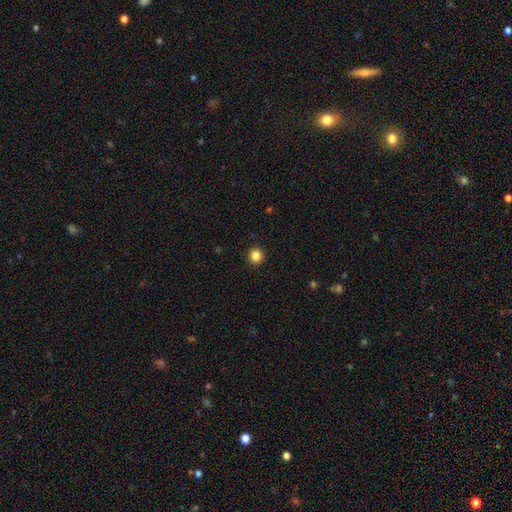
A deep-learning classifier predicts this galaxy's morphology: type=smooth (85%); roundness=round (93%); merging=none (93%).